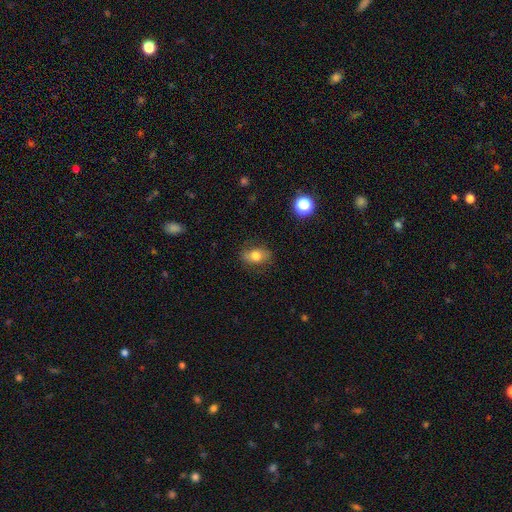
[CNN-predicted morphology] Smooth or featured? Predicted: smooth (p=0.69). How rounded? Predicted: in between (p=0.77). Merging? Predicted: none (p=0.75).